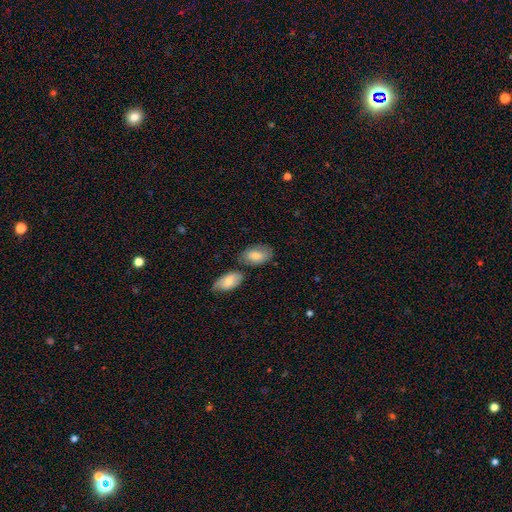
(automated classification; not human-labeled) smooth 79%, featured or disk 15%, star or artifact 6%. Down the decision tree: how rounded — in between (93%); merging — none (63%).